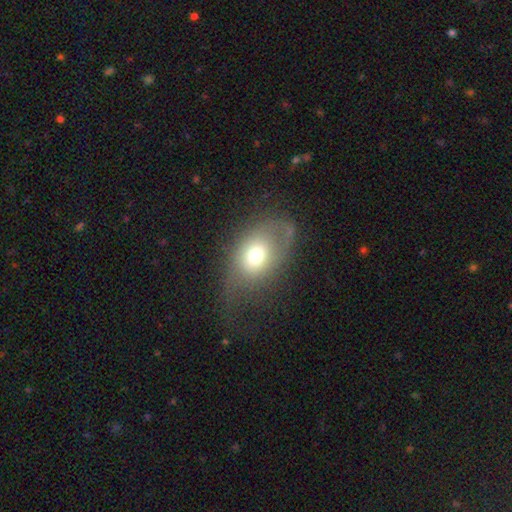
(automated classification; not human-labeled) This is likely a smooth galaxy (63%). How rounded: likely in between (73%). Merging: marginally none (41%).